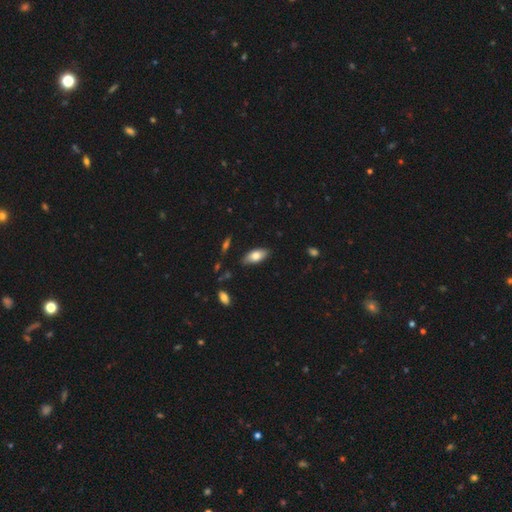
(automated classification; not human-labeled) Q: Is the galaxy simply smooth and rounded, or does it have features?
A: smooth — 76%.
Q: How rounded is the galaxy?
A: in between — 87%.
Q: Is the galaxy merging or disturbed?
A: none — 84%.